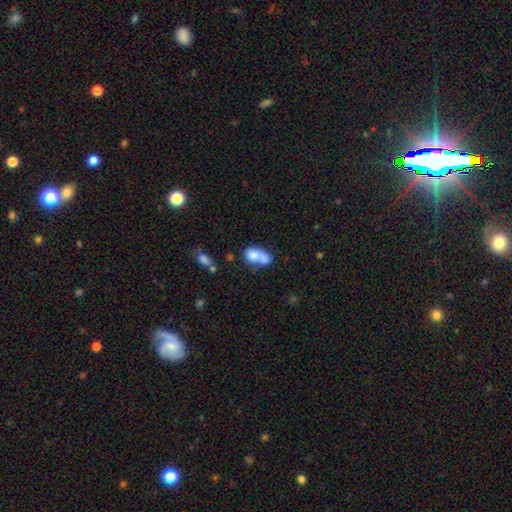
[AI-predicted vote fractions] Q: Smooth or featured?
A: smooth (73%); runner-up: featured or disk (18%)
Q: How rounded?
A: in between (80%); runner-up: round (17%)
Q: Merging?
A: merger (52%); runner-up: none (23%)